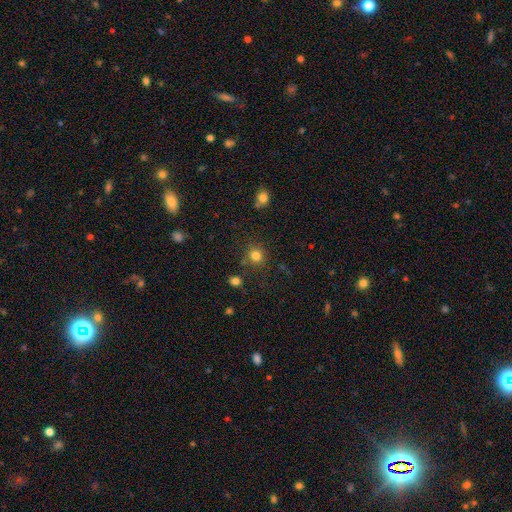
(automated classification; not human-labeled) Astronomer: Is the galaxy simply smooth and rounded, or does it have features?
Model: smooth — 80%.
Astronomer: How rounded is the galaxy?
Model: round — 88%.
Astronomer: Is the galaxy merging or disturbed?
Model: none — 78%.